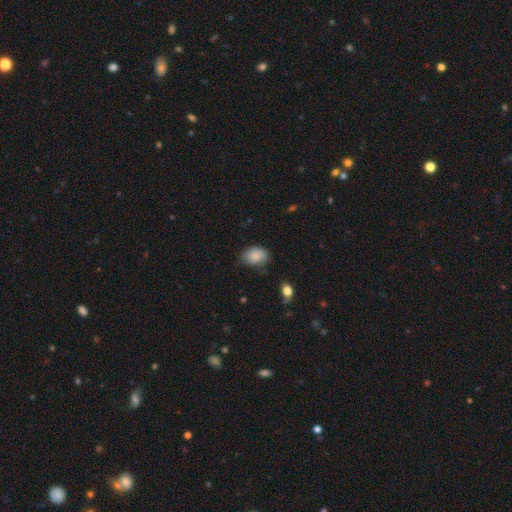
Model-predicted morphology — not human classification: Q: Smooth or featured?
A: smooth (79%); runner-up: featured or disk (13%)
Q: How rounded?
A: in between (73%); runner-up: round (26%)
Q: Merging?
A: none (64%); runner-up: minor disturbance (28%)